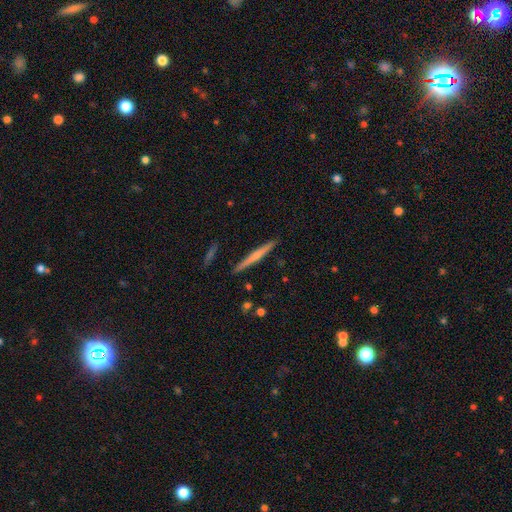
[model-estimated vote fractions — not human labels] Smooth or featured: featured or disk — 48% (smooth — 46%)
Merging: none — 91% (minor disturbance — 6%)